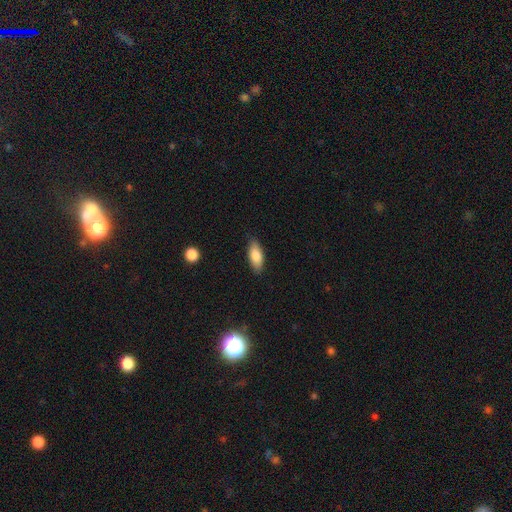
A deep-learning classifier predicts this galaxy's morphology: Overall: smooth (81%). How rounded: in between (81%). Merging: none (86%).